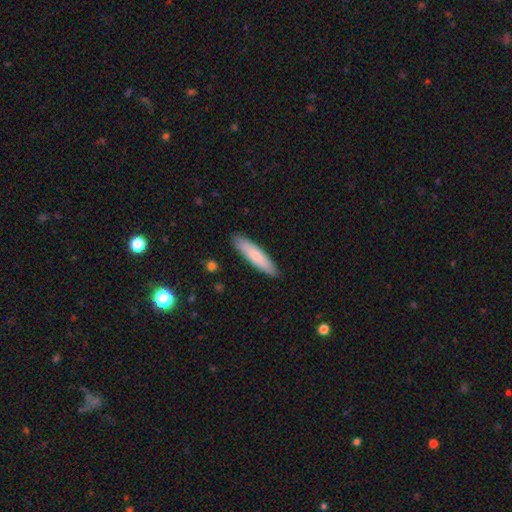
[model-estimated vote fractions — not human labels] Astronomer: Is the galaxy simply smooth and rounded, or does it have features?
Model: smooth — 80%.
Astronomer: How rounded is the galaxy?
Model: cigar-shaped — 81%.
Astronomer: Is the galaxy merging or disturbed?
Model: none — 89%.